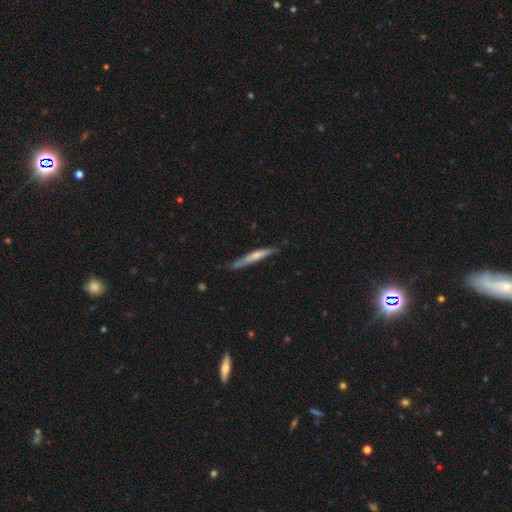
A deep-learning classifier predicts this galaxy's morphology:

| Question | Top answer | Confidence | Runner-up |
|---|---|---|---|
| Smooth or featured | smooth | 54% | featured or disk (40%) |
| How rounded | cigar-shaped | 94% | in between (4%) |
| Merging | none | 74% | minor disturbance (20%) |